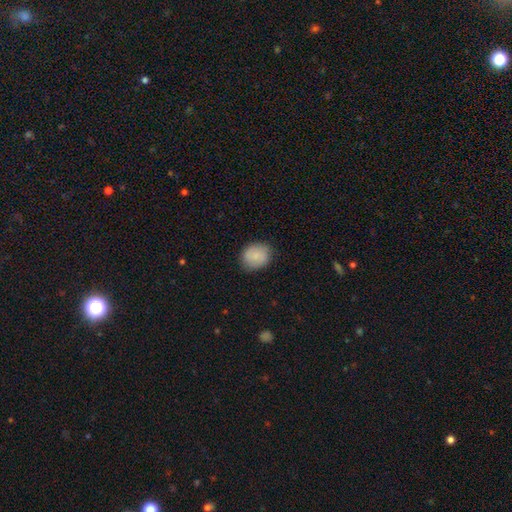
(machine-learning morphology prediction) Smooth or featured? smooth (80%)
How rounded? round (67%)
Merging? none (81%)